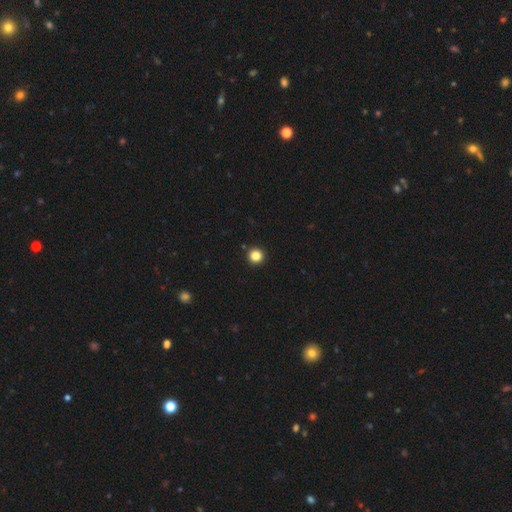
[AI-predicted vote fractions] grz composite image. It shows a smooth galaxy with no disk features (84%) that is round (96%). Merging: none (93%).